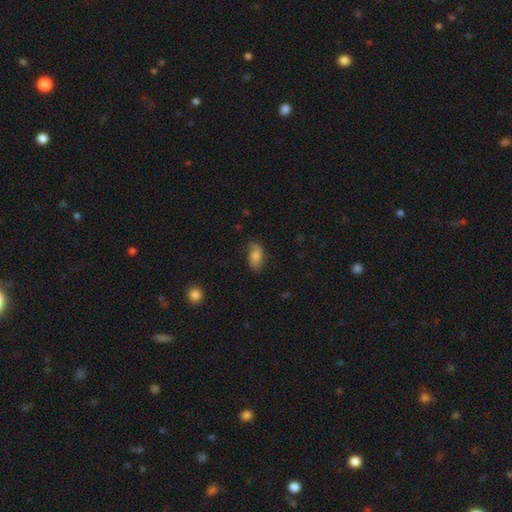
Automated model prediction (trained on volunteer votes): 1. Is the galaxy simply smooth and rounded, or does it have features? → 68% smooth, 24% featured or disk, 8% star or artifact.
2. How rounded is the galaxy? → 90% in between, 5% cigar-shaped, 5% round.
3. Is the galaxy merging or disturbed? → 75% none, 19% minor disturbance, 4% major disturbance, 1% merger.